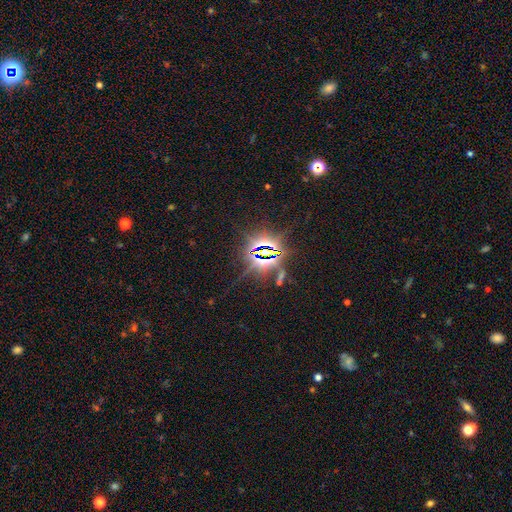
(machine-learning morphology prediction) smooth_or_featured: star or artifact (p=0.84) [alt: featured or disk p=0.08]